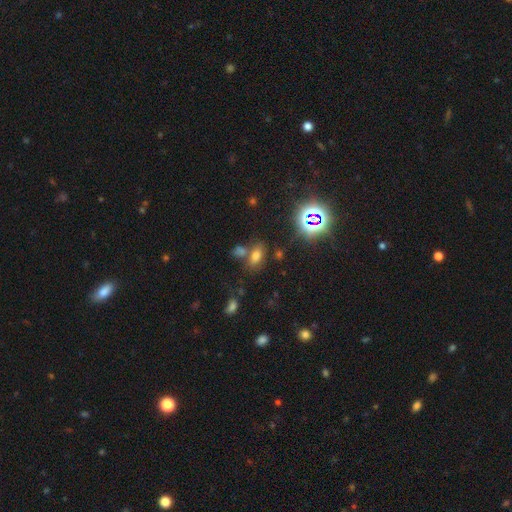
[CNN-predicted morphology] smooth-or-featured: smooth: 64% | star or artifact: 25% | featured or disk: 11%
  how-rounded: in between: 85% | round: 11% | cigar-shaped: 4%
  merging: none: 63% | merger: 20% | minor disturbance: 12% | major disturbance: 5%